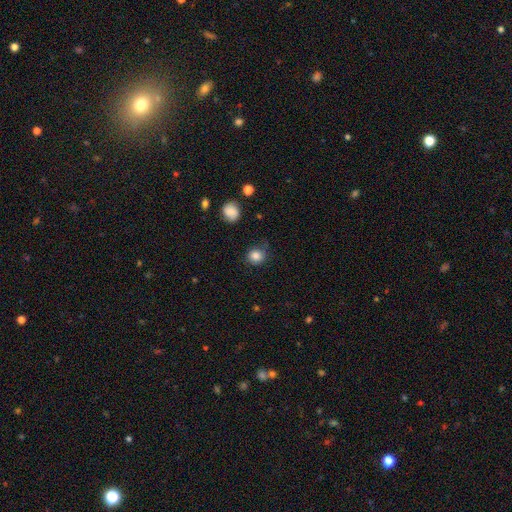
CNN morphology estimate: type=smooth (85%); roundness=round (83%); merging=none (75%).